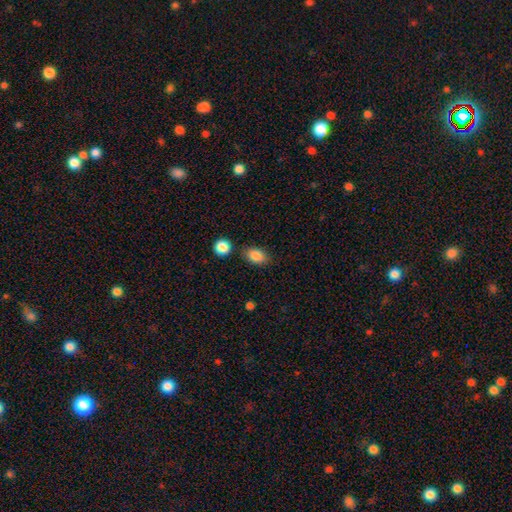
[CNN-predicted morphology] Overall: smooth (86%). How rounded: in between (81%). Merging: none (79%).